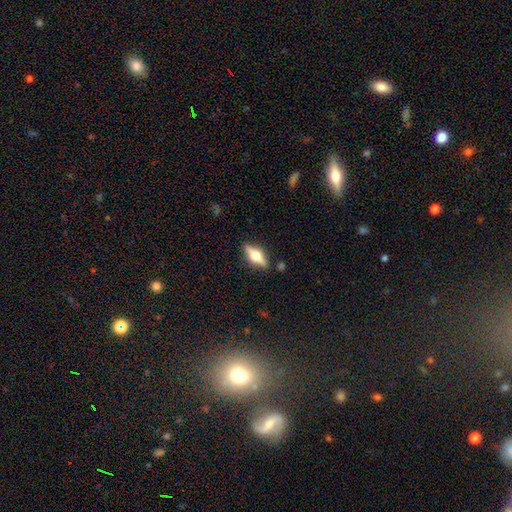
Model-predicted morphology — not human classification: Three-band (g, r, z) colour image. It shows a featured or disk galaxy (60%) viewed edge-on (94%) with a rounded central bulge (95%). Merging: none (86%).